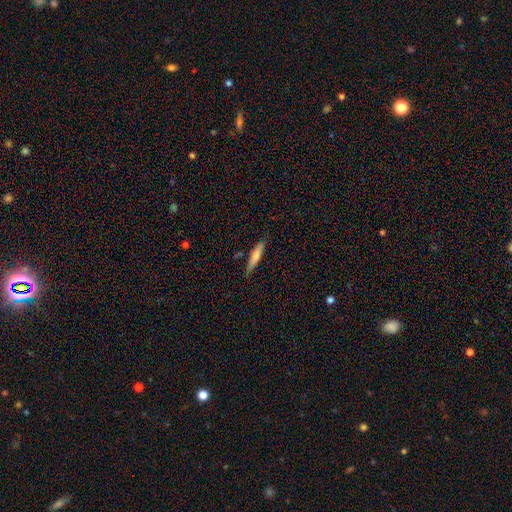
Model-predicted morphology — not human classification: Smooth or featured?
  - smooth: 65% *
  - featured or disk: 29%
  - star or artifact: 6%
How rounded?
  - cigar-shaped: 87% *
  - in between: 12%
  - round: 1%
Merging?
  - none: 82% *
  - minor disturbance: 14%
  - major disturbance: 2%
  - merger: 2%